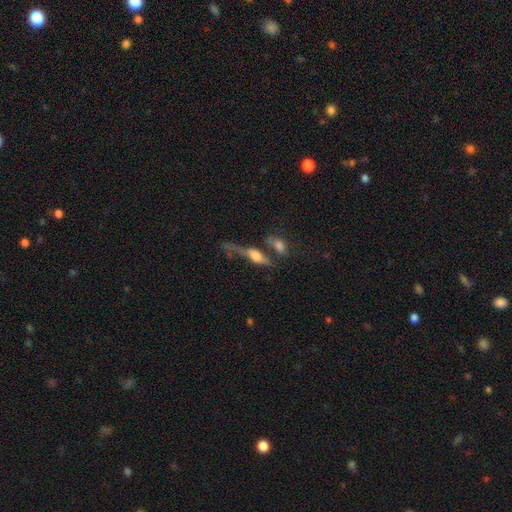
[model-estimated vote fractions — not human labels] Smooth or featured: featured or disk — 48% (smooth — 41%)
Merging: none — 32% (merger — 26%)